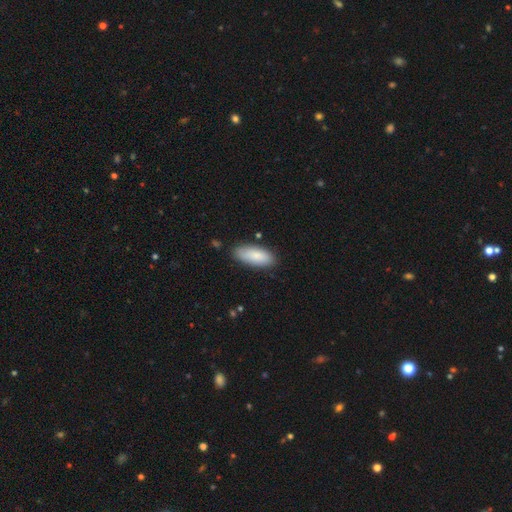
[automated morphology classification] Smooth or featured? smooth (85%)
How rounded? in between (83%)
Merging? none (81%)